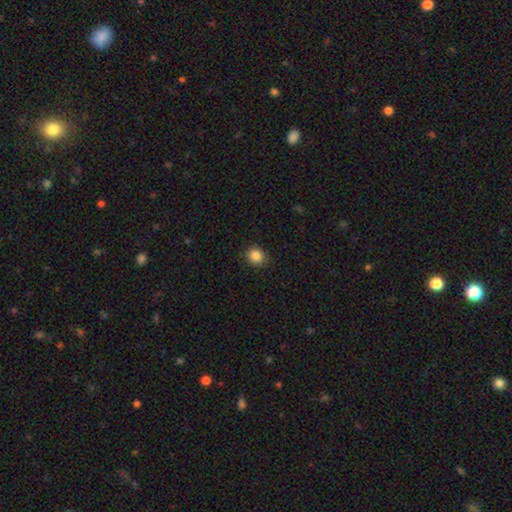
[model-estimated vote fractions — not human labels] Q: Smooth or featured?
A: smooth (86%); runner-up: star or artifact (10%)
Q: How rounded?
A: round (77%); runner-up: in between (22%)
Q: Merging?
A: none (86%); runner-up: minor disturbance (11%)